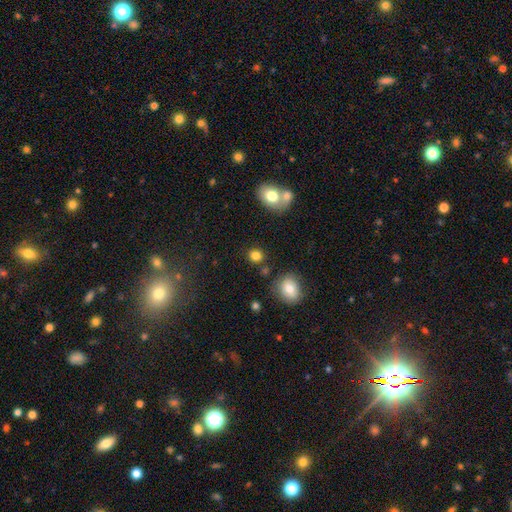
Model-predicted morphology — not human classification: This appears to be a smooth galaxy with no disk features (83%) that is round (82%). Merging: none (80%).